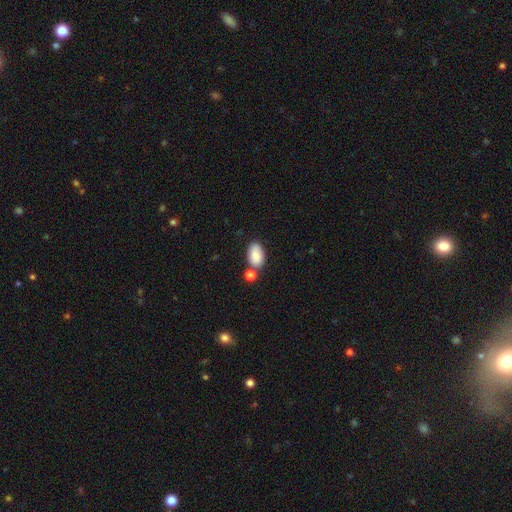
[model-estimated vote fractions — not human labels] Overall: smooth (83%). How rounded: in between (92%). Merging: none (62%).